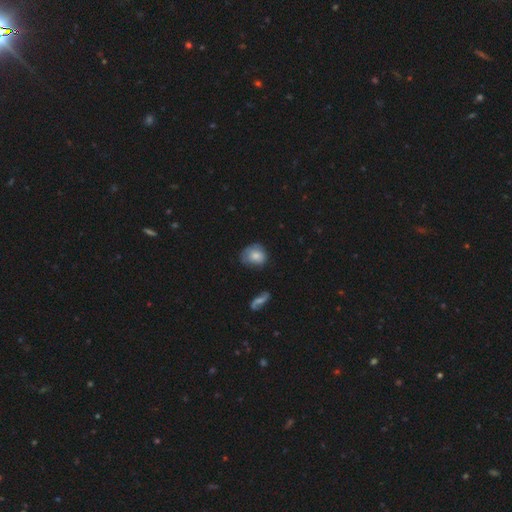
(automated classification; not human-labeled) A smooth galaxy with no disk features (69%) that is round (62%). Merging: none (51%).